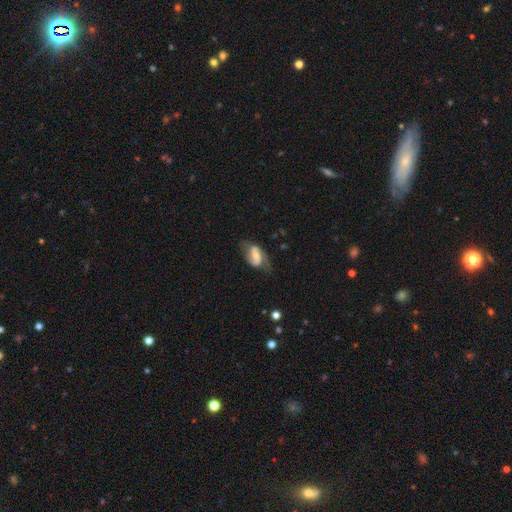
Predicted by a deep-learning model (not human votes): A featured or disk galaxy (69%) with a weak bar (44%), 2 (85%) medium (42%) spiral arms (89%) and a moderate central bulge (43%).

Vote fractions:
- Smooth or featured? featured or disk: 69% / smooth: 24% / star or artifact: 7%
- Edge-on disk? no: 96% / yes: 4%
- Bar? weak: 44% / strong: 31% / no: 25%
- Spiral arms? yes: 89% / no: 11%
- Spiral winding? medium: 42% / loose: 40% / tight: 18%
- Spiral arm count? 2: 85% / can't tell: 7% / 1: 6% / 3: 1% / 4: 1% / more than 4: 1%
- Bulge size? moderate: 43% / small: 41% / none: 7% / large: 6% / dominant: 1%
- Merging? none: 63% / minor disturbance: 24% / major disturbance: 12% / merger: 2%